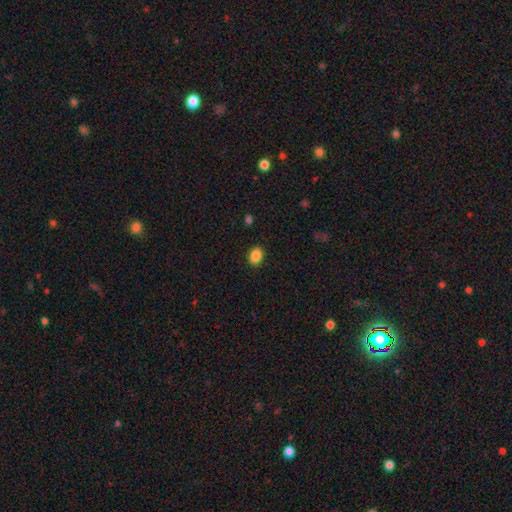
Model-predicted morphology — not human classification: This is clearly a smooth galaxy (88%). How rounded: likely in between (66%). Merging: clearly none (90%).